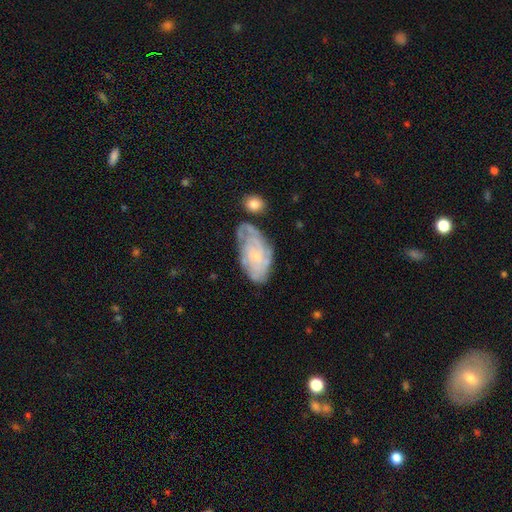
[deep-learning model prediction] smooth_or_featured: featured or disk (p=0.71) [alt: smooth p=0.23]
disk_edge_on: no (p=0.94) [alt: yes p=0.06]
bar: no (p=0.72) [alt: weak p=0.24]
has_spiral_arms: yes (p=0.84) [alt: no p=0.16]
spiral_winding: tight (p=0.66) [alt: medium p=0.26]
spiral_arm_count: can't tell (p=0.56) [alt: 2 p=0.16]
bulge_size: small (p=0.76) [alt: moderate p=0.17]
merging: none (p=0.57) [alt: minor disturbance p=0.26]